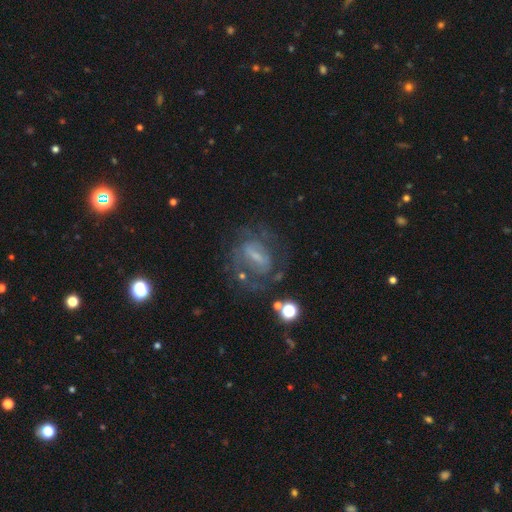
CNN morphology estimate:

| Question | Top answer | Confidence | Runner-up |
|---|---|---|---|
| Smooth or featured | featured or disk | 68% | smooth (20%) |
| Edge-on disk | no | 92% | yes (8%) |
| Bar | strong | 40% | tied: weak (40%) |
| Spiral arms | yes | 68% | no (32%) |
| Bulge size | small | 46% | moderate (24%) |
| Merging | none | 56% | major disturbance (21%) |